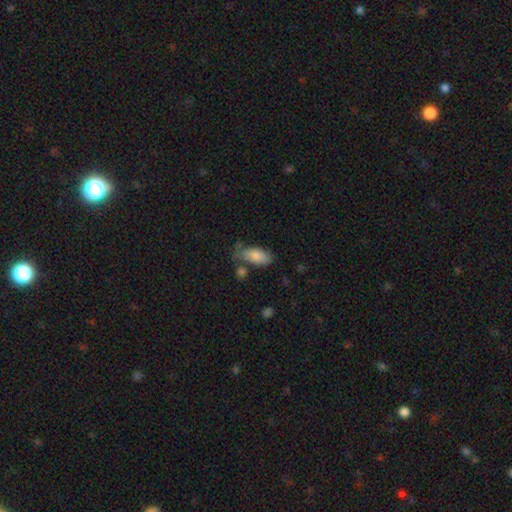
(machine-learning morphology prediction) Smooth or featured?
  - smooth: 81% *
  - featured or disk: 12%
  - star or artifact: 7%
How rounded?
  - in between: 89% *
  - cigar-shaped: 9%
  - round: 3%
Merging?
  - none: 52% *
  - minor disturbance: 27%
  - merger: 11%
  - major disturbance: 9%